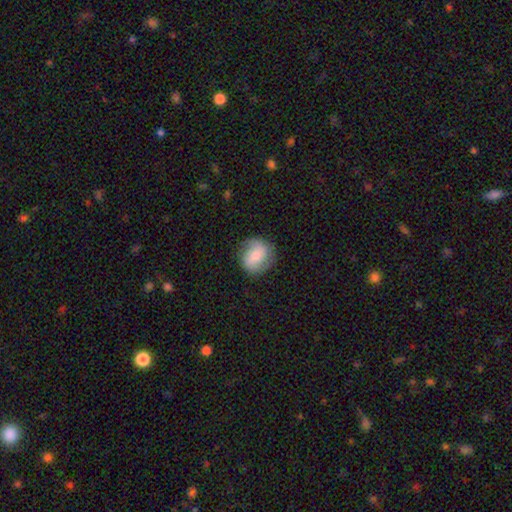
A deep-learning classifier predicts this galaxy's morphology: smooth_or_featured: smooth (p=0.62) [alt: featured or disk p=0.31]
how_rounded: round (p=0.81) [alt: in between p=0.18]
merging: none (p=0.80) [alt: minor disturbance p=0.14]